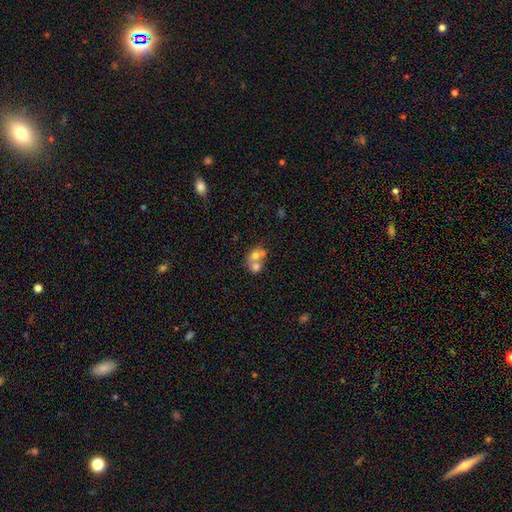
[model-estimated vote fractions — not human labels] This appears to be a smooth galaxy with no disk features (60%) that is round (61%). Merging: merger (65%).